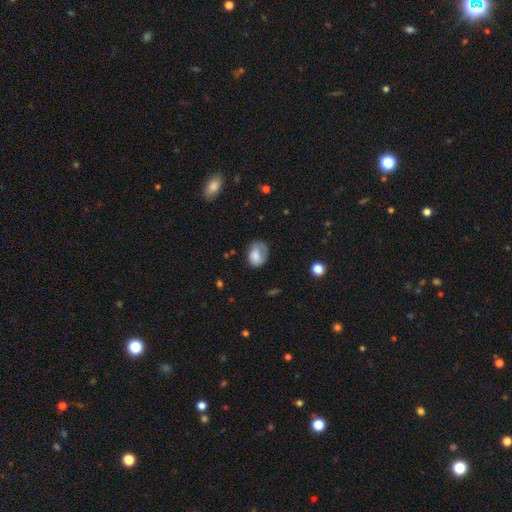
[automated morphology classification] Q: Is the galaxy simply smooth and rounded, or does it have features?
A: smooth — 74%.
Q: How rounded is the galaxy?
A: in between — 64%.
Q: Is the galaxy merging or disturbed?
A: none — 49%.